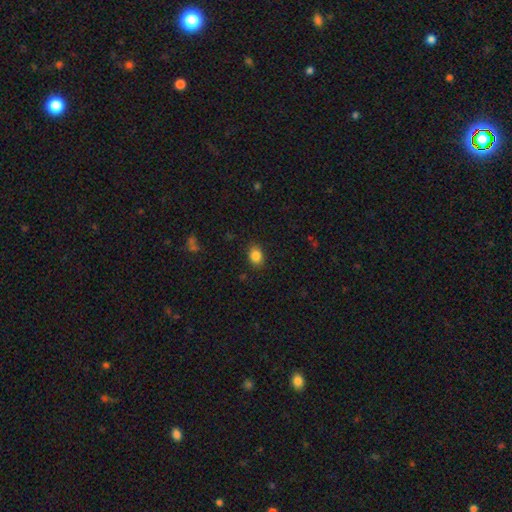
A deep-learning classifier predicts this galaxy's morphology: smooth_or_featured: smooth (p=0.85) [alt: star or artifact p=0.10]
how_rounded: in between (p=0.59) [alt: round p=0.40]
merging: none (p=0.87) [alt: minor disturbance p=0.10]